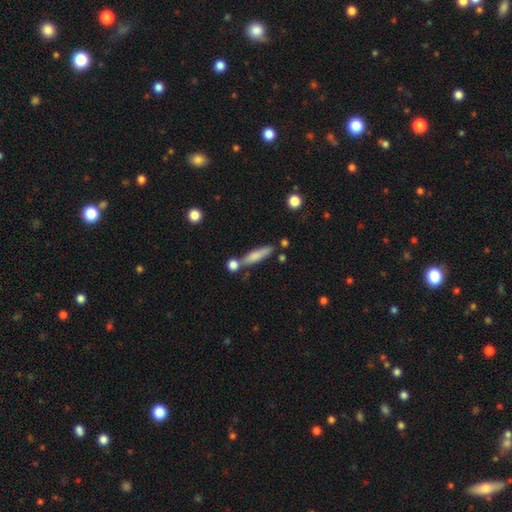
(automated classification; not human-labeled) Smooth or featured: smooth — 72% (featured or disk — 21%)
How rounded: cigar-shaped — 80% (in between — 18%)
Merging: none — 65% (merger — 18%)